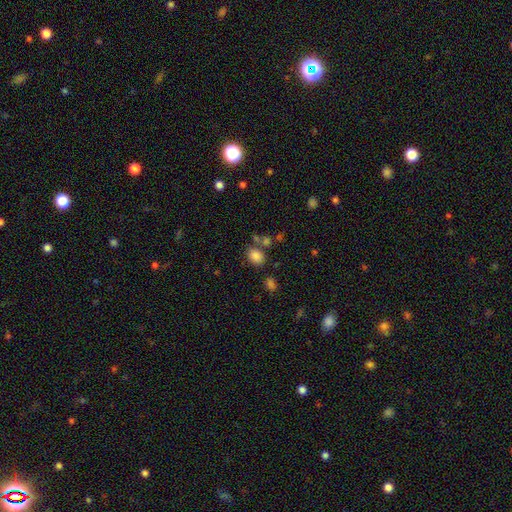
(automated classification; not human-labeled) Smooth or featured: smooth — 83% (star or artifact — 11%)
How rounded: in between — 70% (round — 29%)
Merging: none — 69% (merger — 14%)